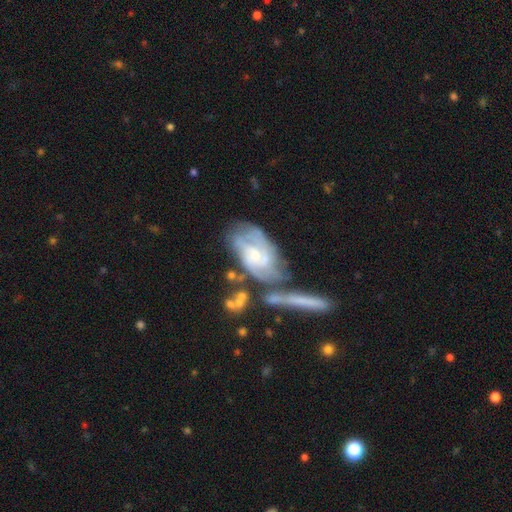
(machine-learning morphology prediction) Q: Smooth or featured?
A: featured or disk (78%); runner-up: smooth (16%)
Q: Edge-on disk?
A: no (94%); runner-up: yes (6%)
Q: Bar?
A: no (61%); runner-up: weak (32%)
Q: Spiral arms?
A: yes (89%); runner-up: no (11%)
Q: Spiral winding?
A: tight (50%); runner-up: medium (37%)
Q: Spiral arm count?
A: can't tell (37%); runner-up: 2 (32%)
Q: Bulge size?
A: small (53%); runner-up: moderate (39%)
Q: Merging?
A: none (39%); runner-up: merger (26%)